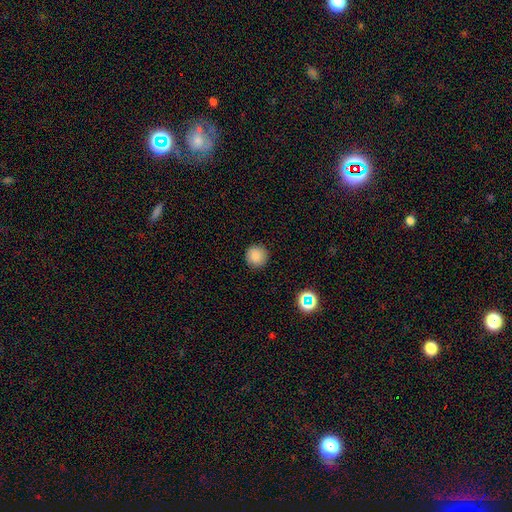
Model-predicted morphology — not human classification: A smooth galaxy with no disk features (85%) that is round (95%).

Vote fractions:
- Smooth or featured? smooth: 85% / star or artifact: 11% / featured or disk: 4%
- How rounded? round: 95% / in between: 4% / cigar-shaped: 1%
- Merging? none: 91% / minor disturbance: 6% / major disturbance: 2% / merger: 1%